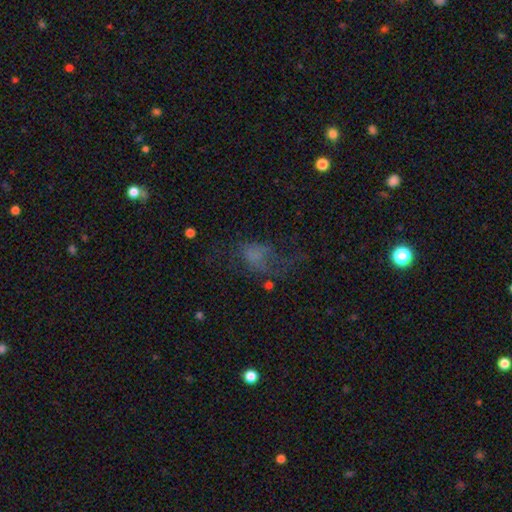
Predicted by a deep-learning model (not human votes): The model was most divided on "smooth or featured": smooth: 46%, featured or disk: 32%, star or artifact: 22%. Remaining: merging — major disturbance (47%).